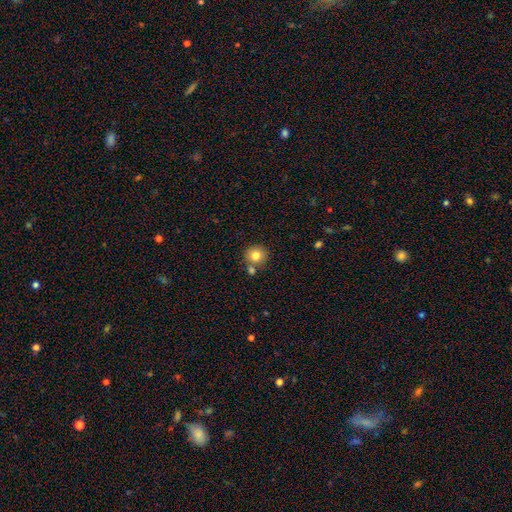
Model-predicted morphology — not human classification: type=smooth (80%); roundness=round (90%); merging=none (68%).